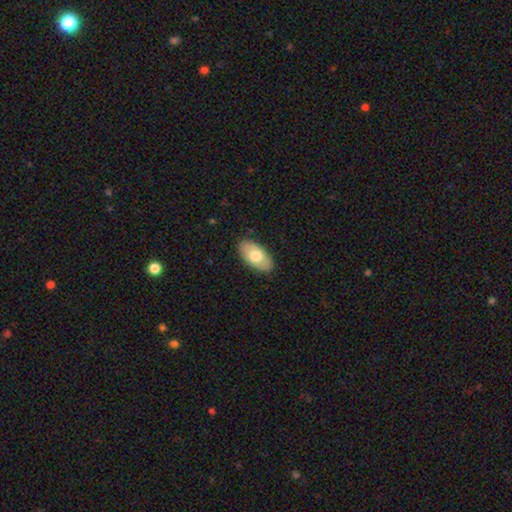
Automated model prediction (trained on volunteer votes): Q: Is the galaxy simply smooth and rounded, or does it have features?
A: smooth — 69%.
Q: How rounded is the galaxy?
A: in between — 95%.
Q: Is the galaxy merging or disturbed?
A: none — 87%.